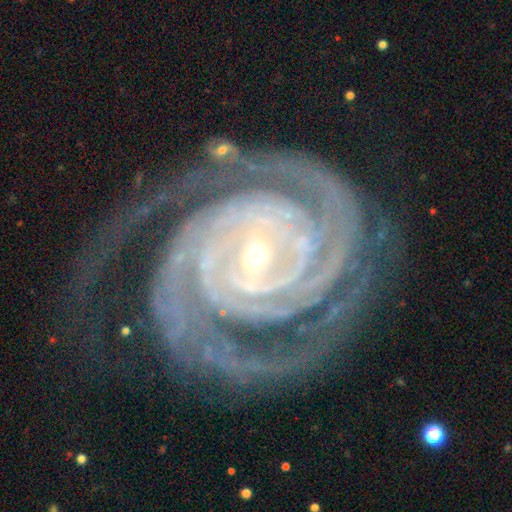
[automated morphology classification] smooth-or-featured: featured or disk: 93% | star or artifact: 5% | smooth: 3%
  disk-edge-on: no: 98% | yes: 2%
    bar: no: 43% | weak: 30% | strong: 27%
    has-spiral-arms: yes: 99% | no: 1%
      spiral-winding: tight: 83% | medium: 15% | loose: 2%
      spiral-arm-count: 2: 52% | 3: 18% | can't tell: 10% | 4: 9% | more than 4: 6% | 1: 6%
    bulge-size: small: 72% | moderate: 25% | large: 1% | none: 1% | dominant: 1%
  merging: none: 67% | minor disturbance: 18% | major disturbance: 12% | merger: 2%